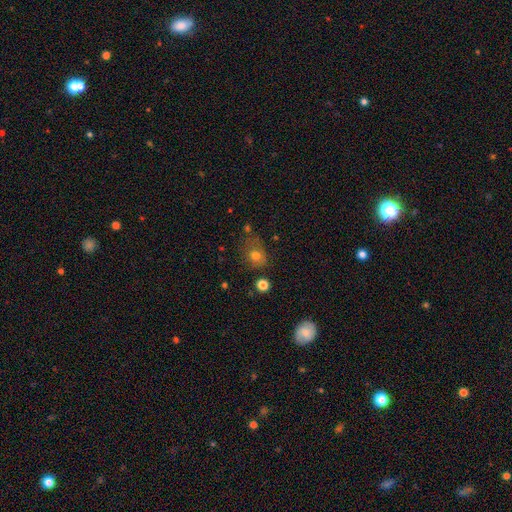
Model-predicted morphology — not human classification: smooth_or_featured: smooth (p=0.75) [alt: star or artifact p=0.13]
how_rounded: round (p=0.61) [alt: in between p=0.38]
merging: none (p=0.55) [alt: minor disturbance p=0.26]